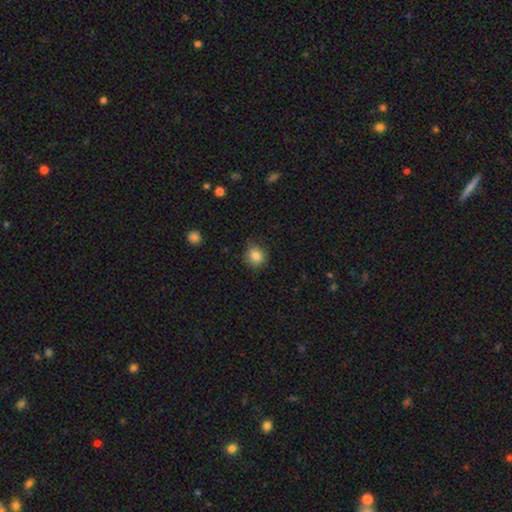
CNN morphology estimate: Smooth or featured?
  - smooth: 84% *
  - star or artifact: 10%
  - featured or disk: 5%
How rounded?
  - round: 85% *
  - in between: 14%
  - cigar-shaped: 1%
Merging?
  - none: 83% *
  - minor disturbance: 13%
  - major disturbance: 3%
  - merger: 1%